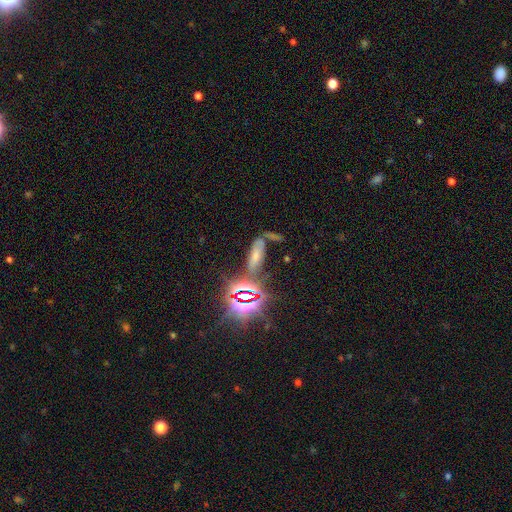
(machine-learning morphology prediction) This appears to be a smooth galaxy with no disk features (48%). Merging: none (54%).